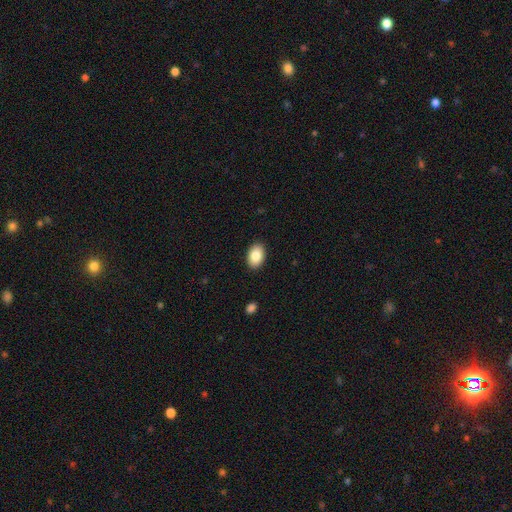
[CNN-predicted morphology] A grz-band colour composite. It shows a smooth galaxy with no disk features (86%) that is in between round and cigar-shaped (87%). Merging: none (90%).